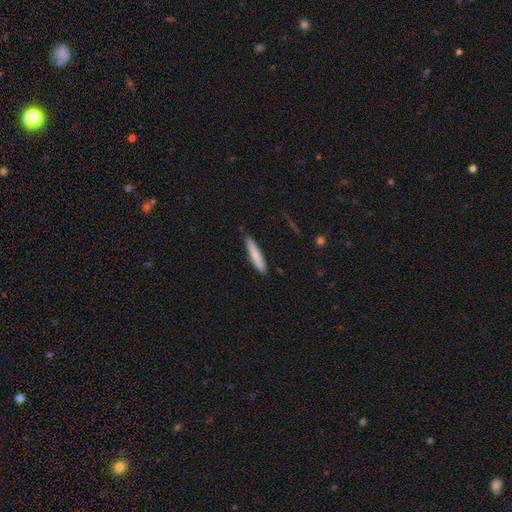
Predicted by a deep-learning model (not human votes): Overall: smooth (79%). How rounded: cigar-shaped (92%). Merging: none (87%).